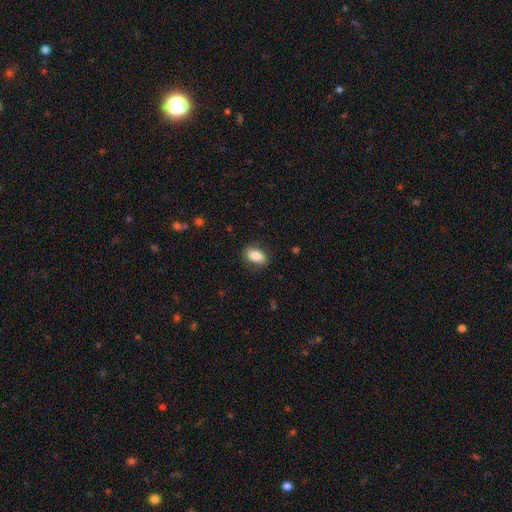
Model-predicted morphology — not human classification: The model was most divided on "merging": none: 84%, minor disturbance: 12%, major disturbance: 3%, merger: 1%. More confident: how rounded — in between (90%); smooth or featured — smooth (85%).